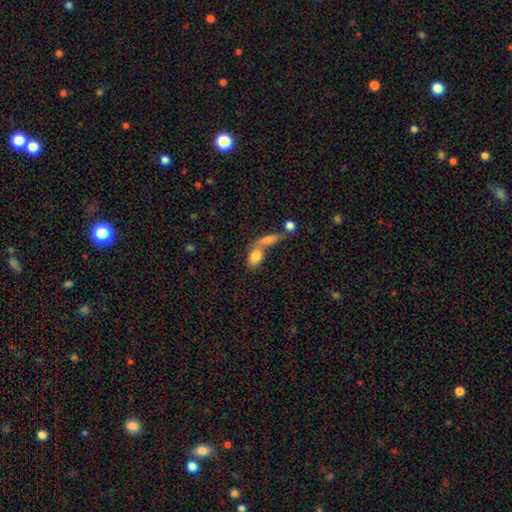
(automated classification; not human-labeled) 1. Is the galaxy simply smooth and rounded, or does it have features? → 79% smooth, 13% featured or disk, 8% star or artifact.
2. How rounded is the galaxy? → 80% in between, 13% round, 6% cigar-shaped.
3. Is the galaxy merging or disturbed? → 52% merger, 34% none, 9% minor disturbance, 5% major disturbance.